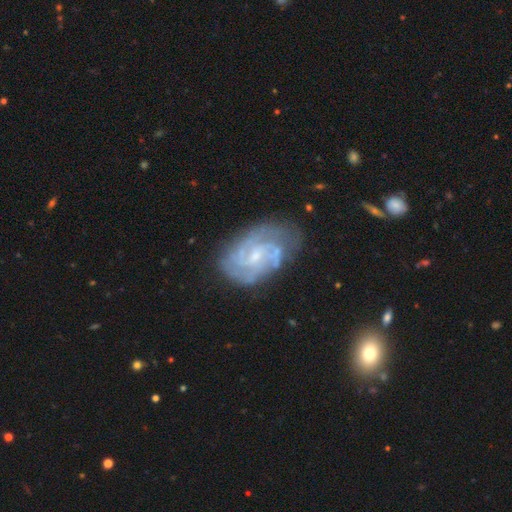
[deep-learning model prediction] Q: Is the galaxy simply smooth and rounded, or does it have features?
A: featured or disk — 85%.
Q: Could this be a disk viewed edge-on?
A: no — 97%.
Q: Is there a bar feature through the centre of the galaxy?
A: weak — 46%.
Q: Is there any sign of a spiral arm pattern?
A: yes — 95%.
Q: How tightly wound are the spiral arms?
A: tight — 58%.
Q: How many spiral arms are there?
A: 2 — 29%.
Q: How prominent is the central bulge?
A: small — 65%.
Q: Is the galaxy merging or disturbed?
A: none — 71%.